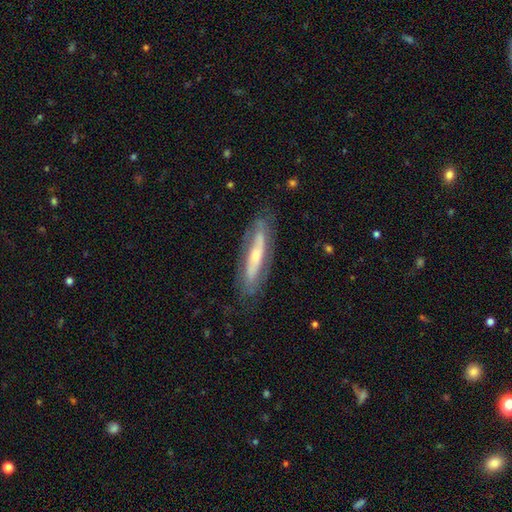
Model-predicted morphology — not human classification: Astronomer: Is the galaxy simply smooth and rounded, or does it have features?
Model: featured or disk — 68%.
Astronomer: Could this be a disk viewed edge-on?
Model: no — 56% (runner-up: yes, 44%).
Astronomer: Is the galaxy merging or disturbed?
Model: none — 77%.